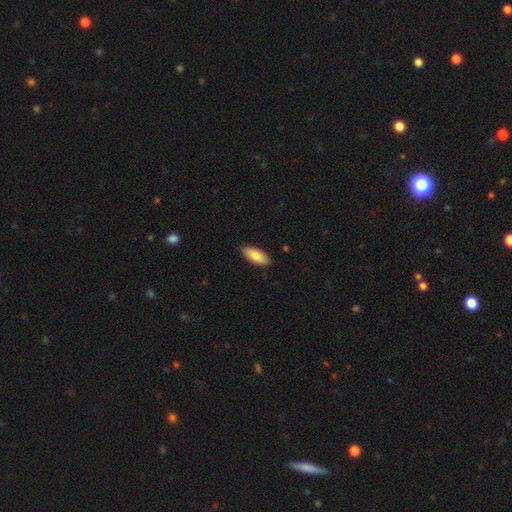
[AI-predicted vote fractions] The model was most divided on "how rounded": in between: 83%, cigar-shaped: 16%, round: 2%. More confident: merging — none (88%); smooth or featured — smooth (86%).